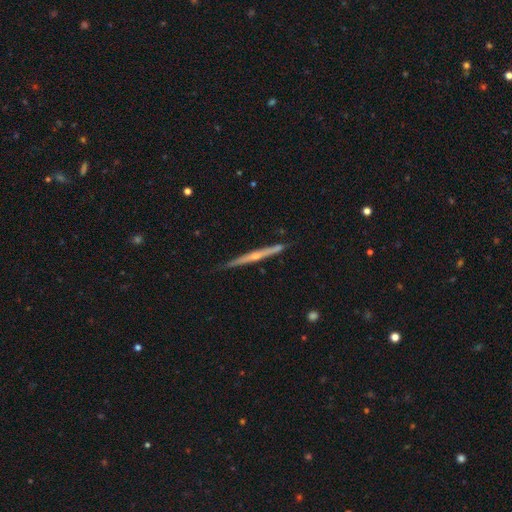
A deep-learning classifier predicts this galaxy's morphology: Overall: featured or disk (72%). Edge-on disk: yes (97%). Edge-on bulge: rounded (67%). Merging: none (87%).